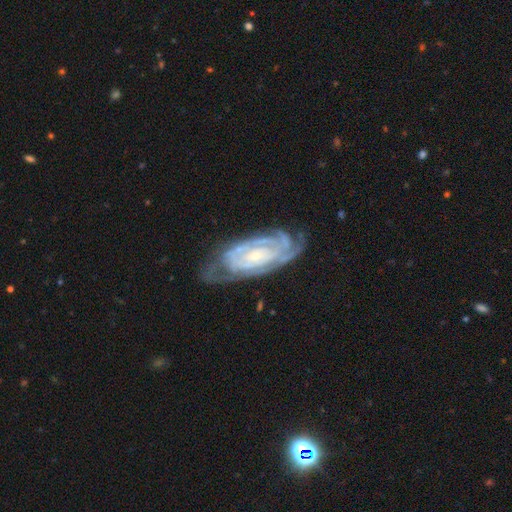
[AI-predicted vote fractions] Smooth or featured?
  - featured or disk: 88% *
  - smooth: 7%
  - star or artifact: 5%
Edge-on disk?
  - no: 94% *
  - yes: 6%
Bar?
  - no: 62% *
  - weak: 27%
  - strong: 11%
Spiral arms?
  - yes: 97% *
  - no: 3%
Spiral winding?
  - tight: 77% *
  - medium: 20%
  - loose: 3%
Spiral arm count?
  - can't tell: 29% *
  - 3: 22%
  - 2: 19%
  - 4: 19%
  - more than 4: 6%
  - 1: 5%
Bulge size?
  - small: 74% *
  - moderate: 21%
  - none: 2%
  - large: 1%
  - dominant: 1%
Merging?
  - none: 67% *
  - minor disturbance: 23%
  - major disturbance: 9%
  - merger: 2%